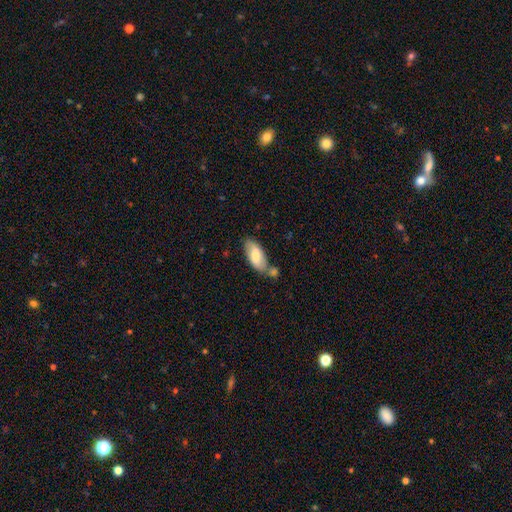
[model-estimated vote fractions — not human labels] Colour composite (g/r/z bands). It shows a smooth galaxy with no disk features (67%) that is in between round and cigar-shaped (87%). Merging: none (50%).